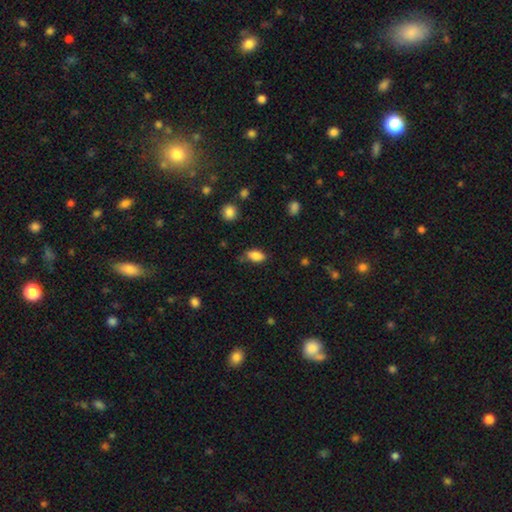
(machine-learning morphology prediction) Smooth or featured? Predicted: smooth (p=0.85). How rounded? Predicted: in between (p=0.90). Merging? Predicted: none (p=0.72).